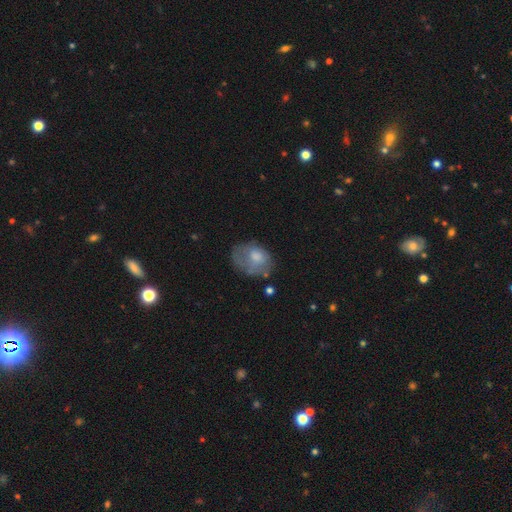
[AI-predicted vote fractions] A smooth galaxy with no disk features (57%) that is in between round and cigar-shaped (70%). Merging: none (48%).